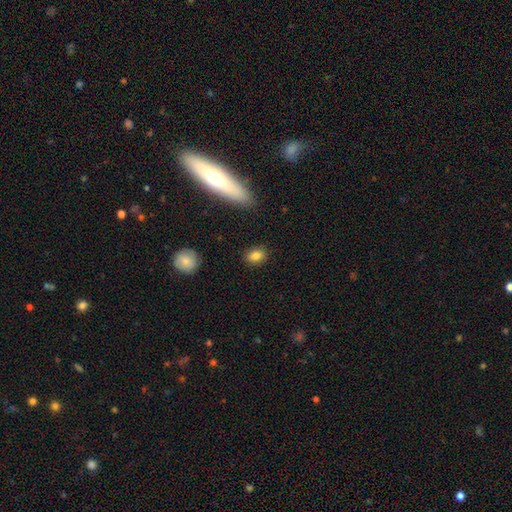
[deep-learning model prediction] smooth-or-featured: smooth: 84% | star or artifact: 9% | featured or disk: 7%
  how-rounded: in between: 74% | round: 24% | cigar-shaped: 2%
  merging: none: 87% | minor disturbance: 9% | major disturbance: 2% | merger: 2%